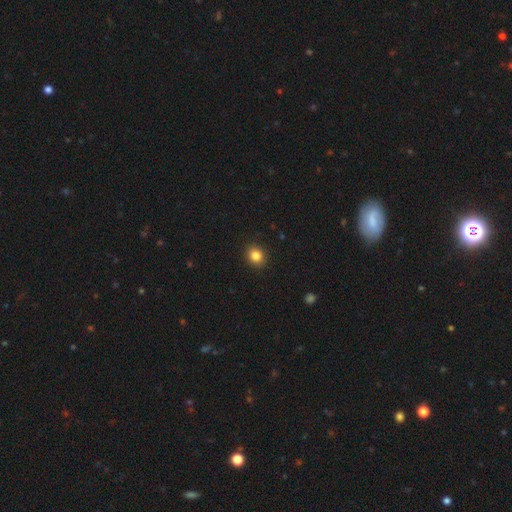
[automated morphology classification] This appears to be a smooth galaxy with no disk features (85%) that is round (71%). Merging: none (91%).